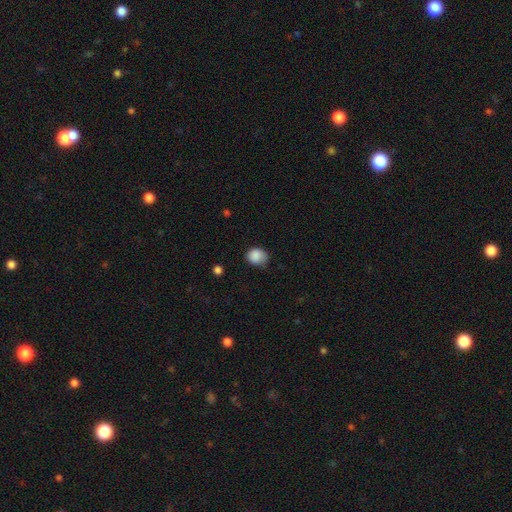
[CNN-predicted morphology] Smooth or featured? smooth (87%)
How rounded? round (68%)
Merging? none (63%)